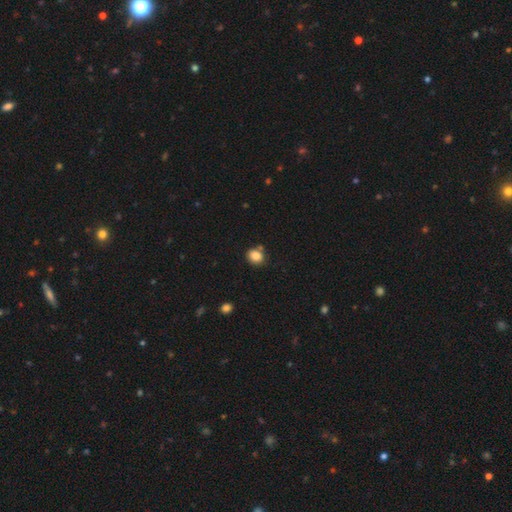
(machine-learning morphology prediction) A smooth galaxy with no disk features (85%) that is round (69%).

Vote fractions:
- Smooth or featured? smooth: 85% / star or artifact: 10% / featured or disk: 5%
- How rounded? round: 69% / in between: 31% / cigar-shaped: 1%
- Merging? none: 72% / minor disturbance: 14% / merger: 10% / major disturbance: 3%